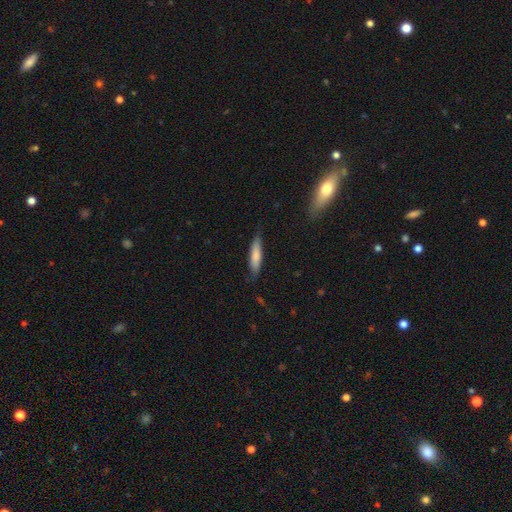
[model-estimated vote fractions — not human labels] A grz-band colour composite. It shows a smooth galaxy with no disk features (78%) that is cigar-shaped (79%). Merging: none (80%).